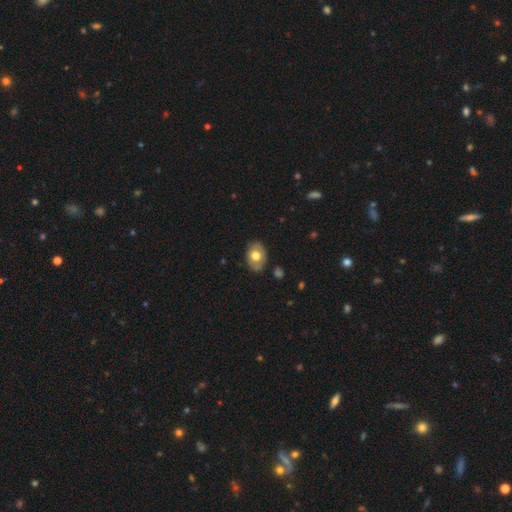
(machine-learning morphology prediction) Overall: smooth (62%; featured or disk 31%). How rounded: in between (72%). Merging: none (80%).